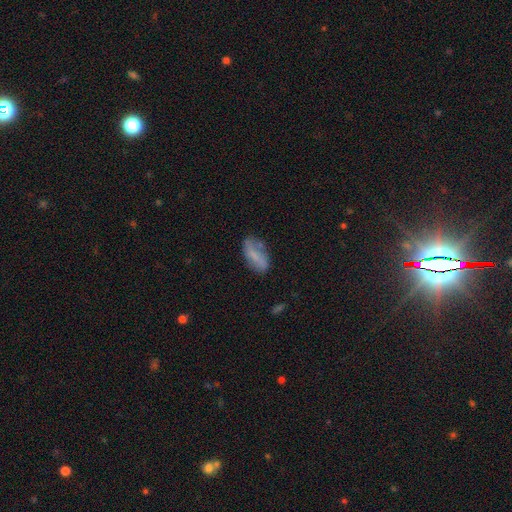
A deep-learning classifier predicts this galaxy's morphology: Overall: smooth (65%; featured or disk 27%). How rounded: in between (84%). Merging: none (60%; minor disturbance 26%).